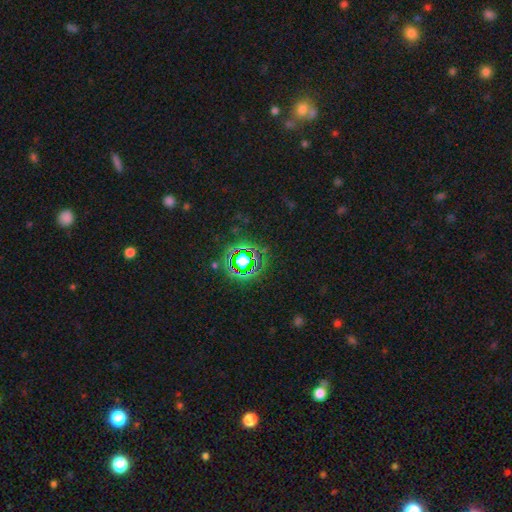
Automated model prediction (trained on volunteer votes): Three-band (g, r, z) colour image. It shows a star or artifact, not a galaxy (75%).